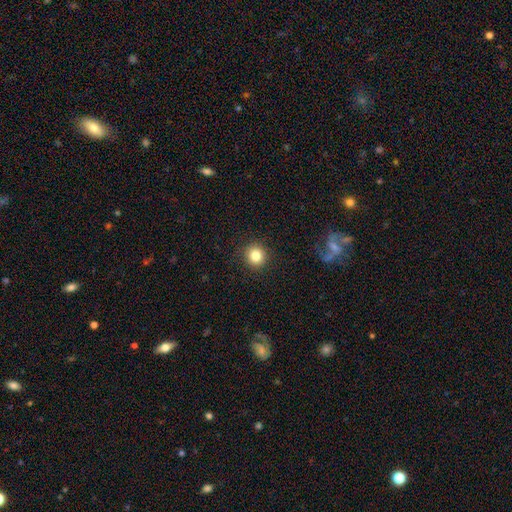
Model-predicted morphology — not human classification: type=smooth (83%); roundness=round (92%); merging=none (91%).